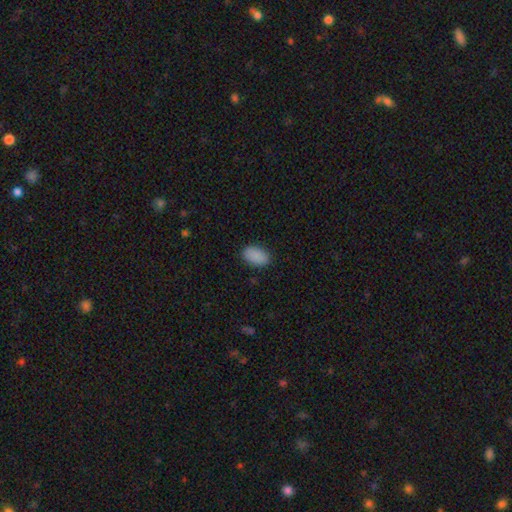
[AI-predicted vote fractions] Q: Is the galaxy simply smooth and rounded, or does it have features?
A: smooth — 90%.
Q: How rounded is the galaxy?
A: in between — 93%.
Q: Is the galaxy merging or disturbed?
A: none — 87%.